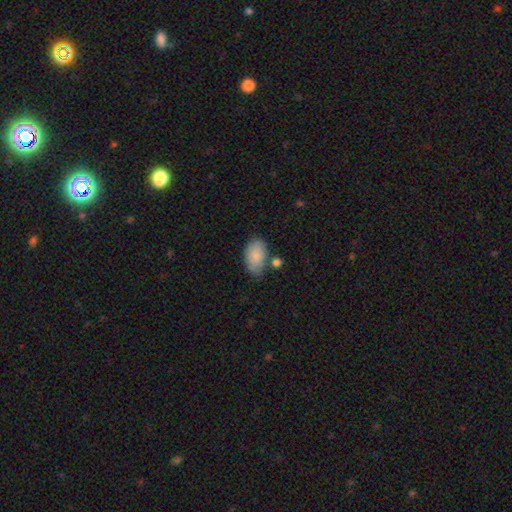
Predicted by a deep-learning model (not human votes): Smooth or featured? Predicted: smooth (p=0.84). How rounded? Predicted: in between (p=0.93). Merging? Predicted: none (p=0.64).